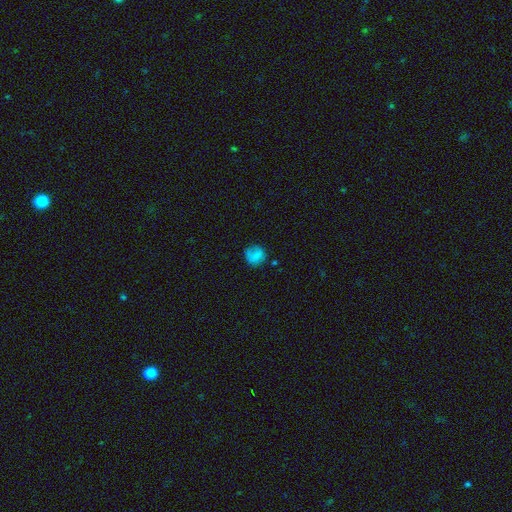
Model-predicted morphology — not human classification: The model was most divided on "merging": none: 68%, minor disturbance: 21%, major disturbance: 8%, merger: 3%. More confident: how rounded — round (85%); smooth or featured — smooth (76%).